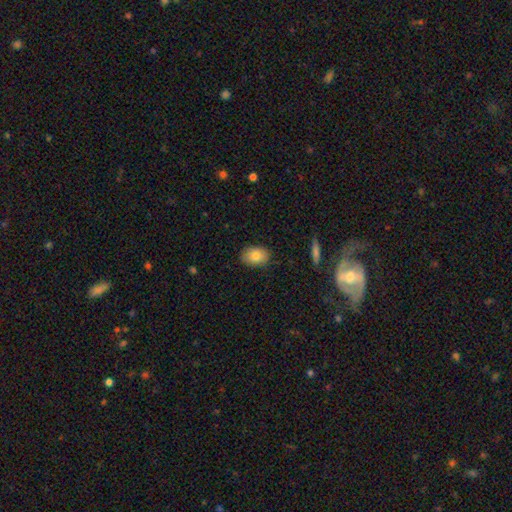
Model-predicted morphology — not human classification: smooth-or-featured: smooth: 83% | featured or disk: 10% | star or artifact: 7%
  how-rounded: in between: 82% | round: 17% | cigar-shaped: 1%
  merging: none: 85% | minor disturbance: 12% | major disturbance: 2% | merger: 1%